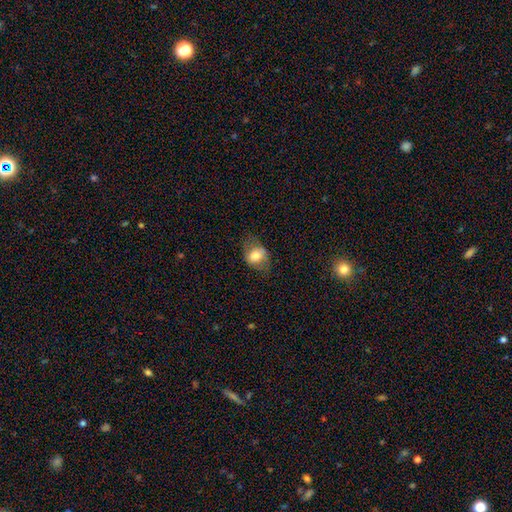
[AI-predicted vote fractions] Smooth or featured? smooth (67%)
How rounded? in between (58%)
Merging? none (64%)